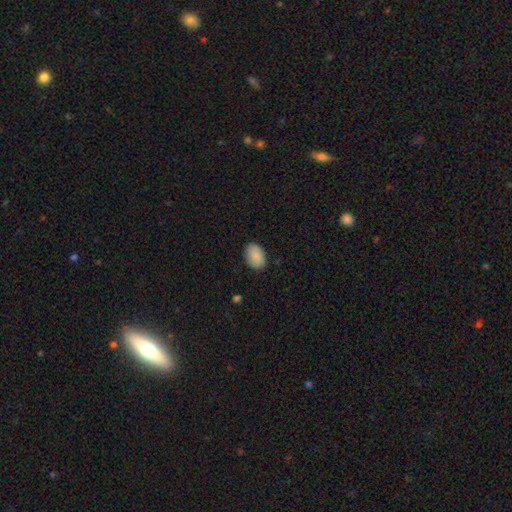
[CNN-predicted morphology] The model was most divided on "merging": none: 84%, minor disturbance: 13%, major disturbance: 3%, merger: 1%. More confident: smooth or featured — smooth (88%); how rounded — in between (87%).